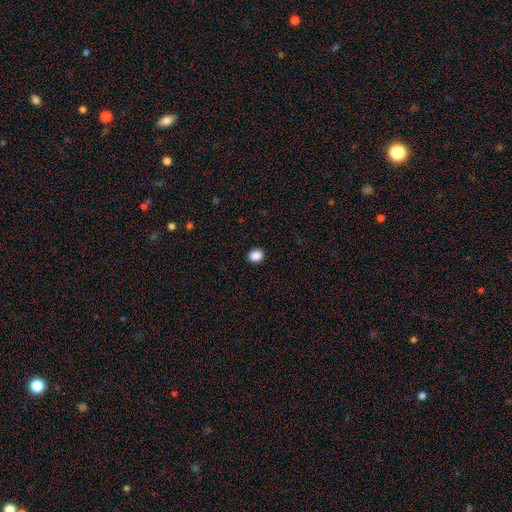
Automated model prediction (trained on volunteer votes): Overall: smooth (88%). How rounded: round (67%; in between 32%). Merging: none (92%).